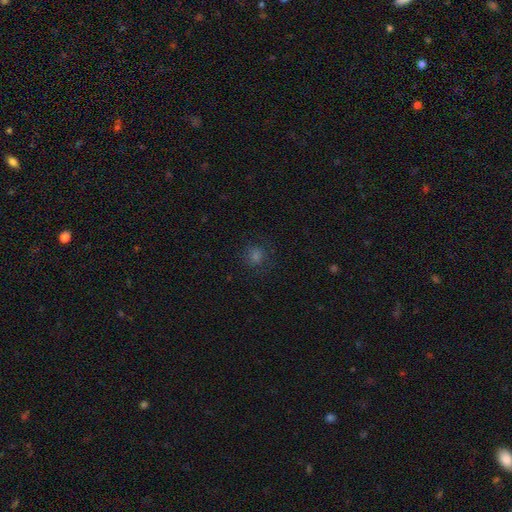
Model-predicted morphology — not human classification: The model was most divided on "smooth or featured": smooth: 62%, star or artifact: 28%, featured or disk: 9%. More confident: how rounded — round (89%); merging — none (84%).